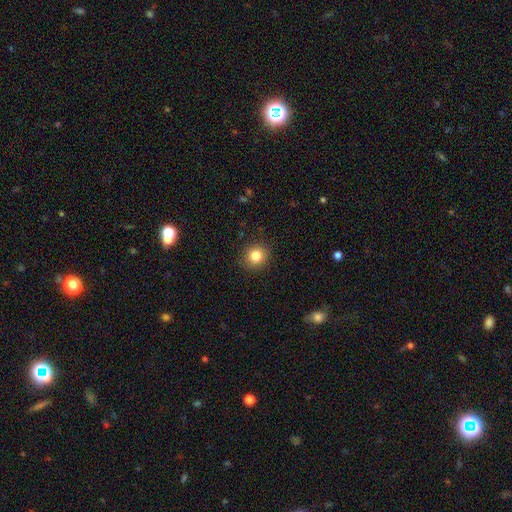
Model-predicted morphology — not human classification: smooth_or_featured: smooth (p=0.83) [alt: star or artifact p=0.11]
how_rounded: round (p=0.86) [alt: in between p=0.13]
merging: none (p=0.90) [alt: minor disturbance p=0.07]